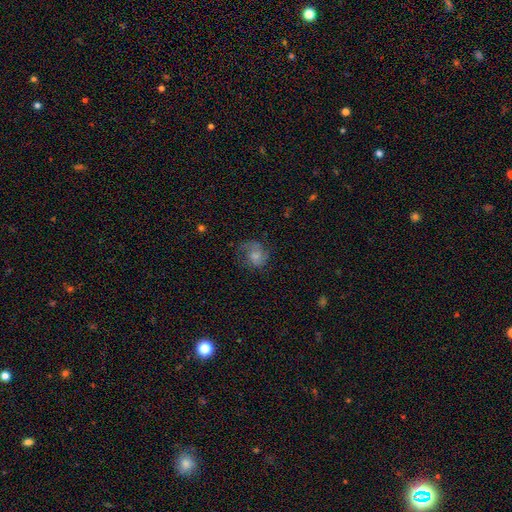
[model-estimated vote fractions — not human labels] Q: Smooth or featured?
A: smooth (55%); runner-up: featured or disk (35%)
Q: How rounded?
A: round (65%); runner-up: in between (34%)
Q: Merging?
A: none (48%); runner-up: major disturbance (25%)